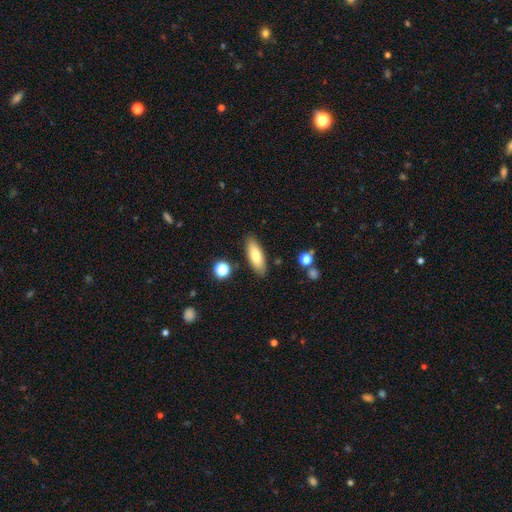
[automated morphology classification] smooth 74%, featured or disk 19%, star or artifact 7%. Down the decision tree: how rounded — in between (65%); merging — none (86%).